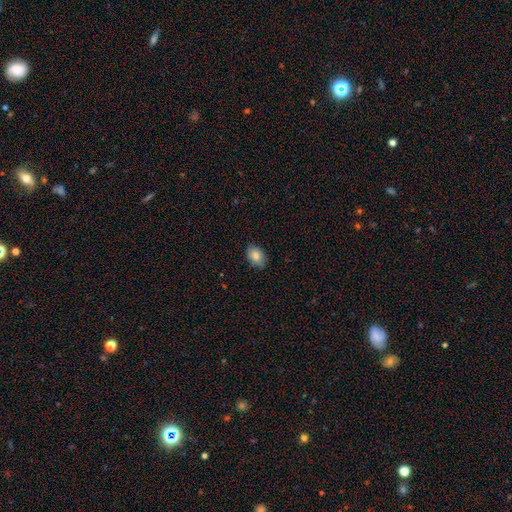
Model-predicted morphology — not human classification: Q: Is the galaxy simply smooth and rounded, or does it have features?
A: smooth — 83%.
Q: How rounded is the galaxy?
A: in between — 81%.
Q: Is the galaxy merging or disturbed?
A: none — 82%.